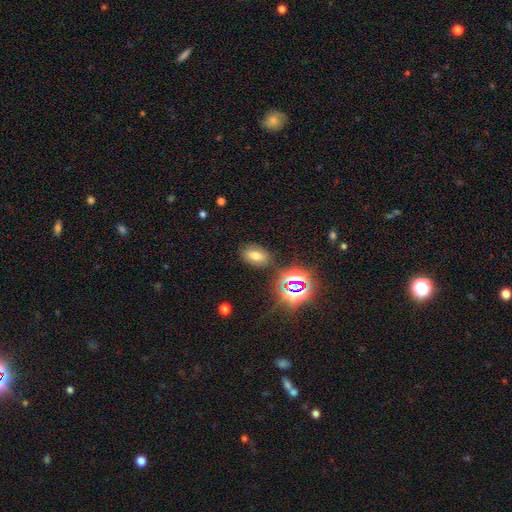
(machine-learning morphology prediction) Smooth or featured? Predicted: smooth (p=0.58). How rounded? Predicted: in between (p=0.85). Merging? Predicted: none (p=0.82).